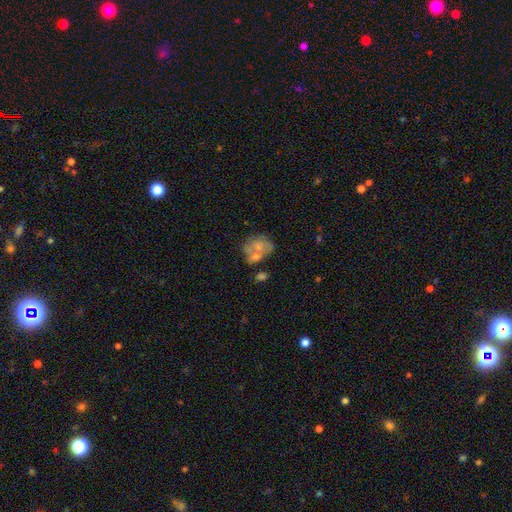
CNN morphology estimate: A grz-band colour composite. It shows a featured or disk galaxy (46%). Merging: none (41%).